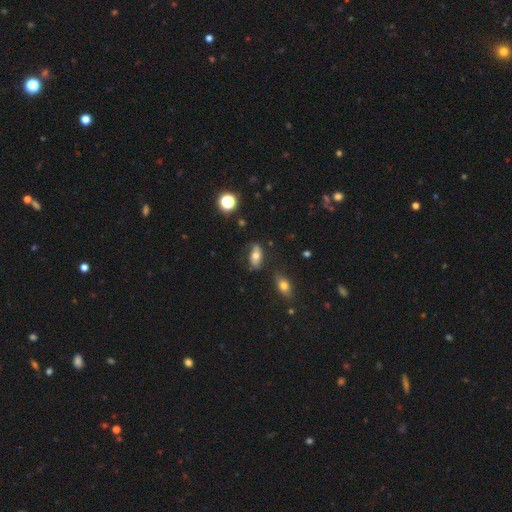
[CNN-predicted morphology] smooth-or-featured: smooth: 63% | featured or disk: 27% | star or artifact: 10%
  how-rounded: in between: 85% | cigar-shaped: 9% | round: 6%
  merging: none: 72% | minor disturbance: 19% | major disturbance: 6% | merger: 4%